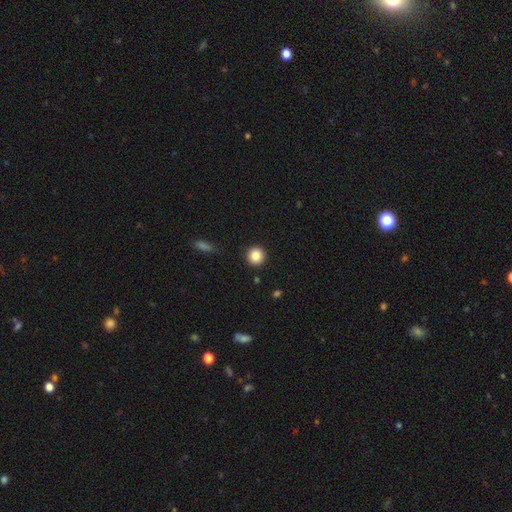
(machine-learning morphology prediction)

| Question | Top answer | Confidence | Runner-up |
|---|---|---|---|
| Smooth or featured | smooth | 87% | star or artifact (10%) |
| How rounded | round | 94% | in between (5%) |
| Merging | none | 91% | minor disturbance (5%) |